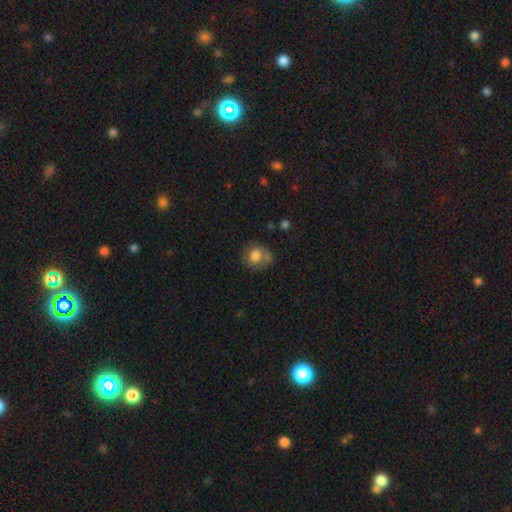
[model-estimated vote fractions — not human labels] smooth-or-featured: smooth: 72% | featured or disk: 19% | star or artifact: 9%
  how-rounded: round: 77% | in between: 22% | cigar-shaped: 1%
  merging: none: 58% | minor disturbance: 23% | major disturbance: 10% | merger: 9%